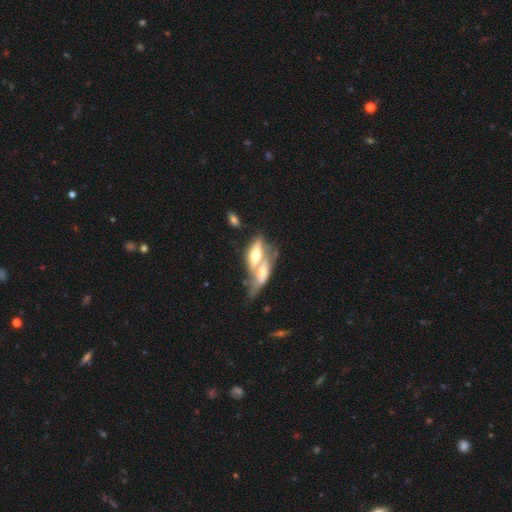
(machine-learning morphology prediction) The model was most divided on "edge-on disk": no: 51%, yes: 49%. More confident: merging — merger (68%); smooth or featured — featured or disk (50%).